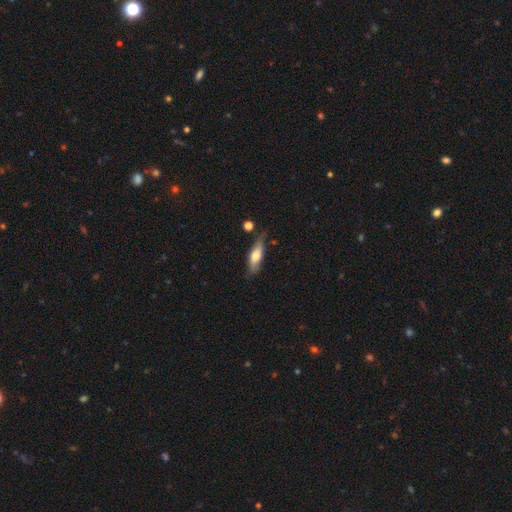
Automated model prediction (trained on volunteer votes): The model was most divided on "how rounded": in between: 53%, cigar-shaped: 45%, round: 3%. More confident: merging — none (65%); smooth or featured — smooth (60%).